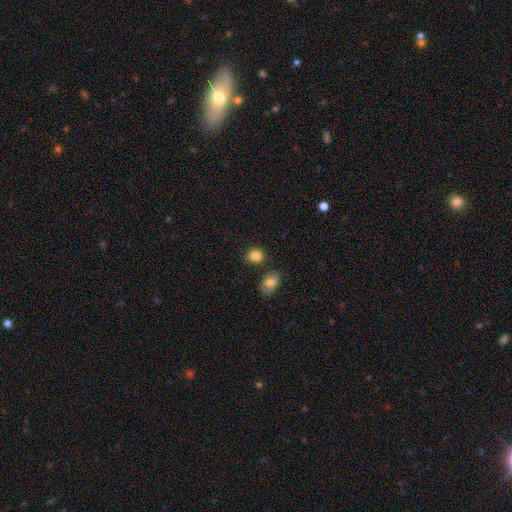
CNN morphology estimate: The model was most divided on "how rounded": round: 61%, in between: 38%, cigar-shaped: 1%. More confident: smooth or featured — smooth (83%); merging — none (72%).